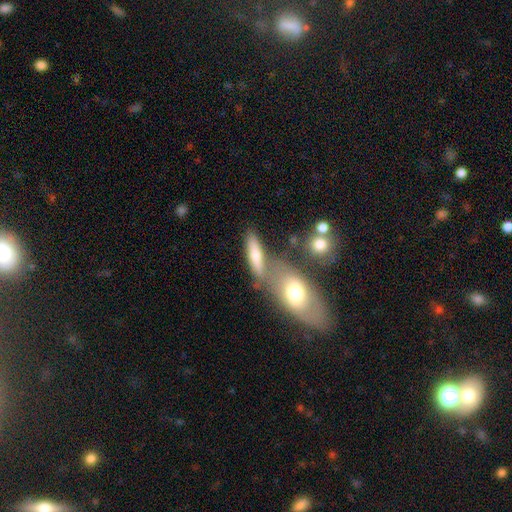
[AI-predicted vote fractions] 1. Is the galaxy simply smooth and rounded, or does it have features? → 69% smooth, 22% featured or disk, 9% star or artifact.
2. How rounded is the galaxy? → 49% in between, 44% cigar-shaped, 7% round.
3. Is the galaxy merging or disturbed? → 47% none, 34% merger, 13% minor disturbance, 7% major disturbance.